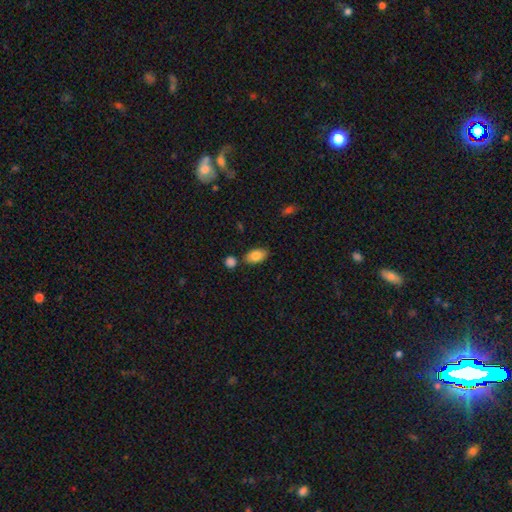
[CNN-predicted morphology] Smooth or featured?
  - smooth: 85% *
  - featured or disk: 8%
  - star or artifact: 7%
How rounded?
  - in between: 92% *
  - round: 6%
  - cigar-shaped: 2%
Merging?
  - none: 77% *
  - minor disturbance: 12%
  - merger: 8%
  - major disturbance: 3%